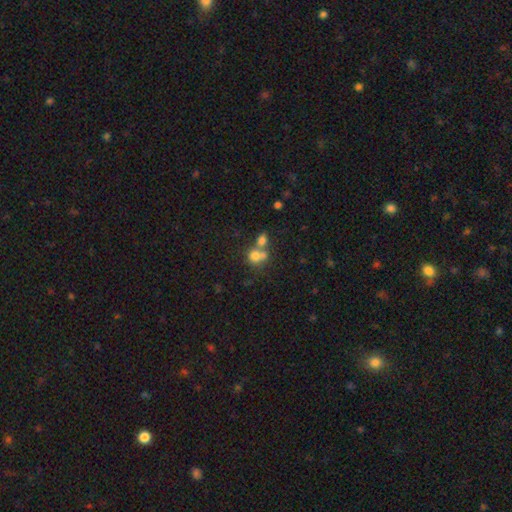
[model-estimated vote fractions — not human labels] Smooth or featured?
  - smooth: 70% *
  - featured or disk: 16%
  - star or artifact: 14%
How rounded?
  - round: 79% *
  - in between: 20%
  - cigar-shaped: 1%
Merging?
  - merger: 55% *
  - none: 33%
  - minor disturbance: 7%
  - major disturbance: 4%